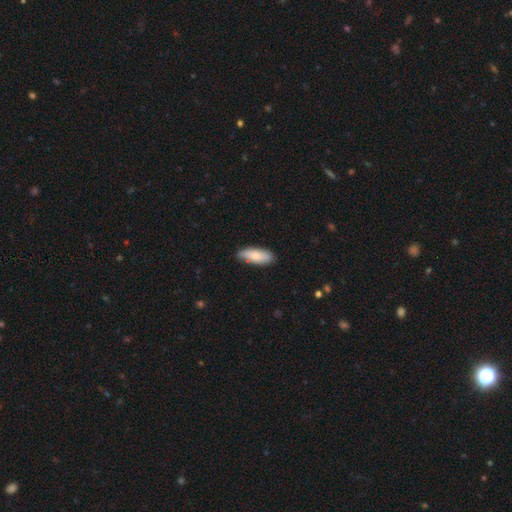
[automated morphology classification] A smooth galaxy with no disk features (76%) that is in between round and cigar-shaped (73%). Merging: none (76%).